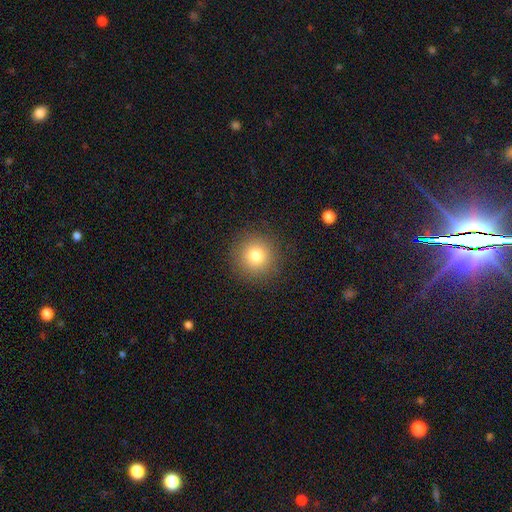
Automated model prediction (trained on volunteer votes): A smooth galaxy with no disk features (79%) that is round (95%). Merging: none (91%).